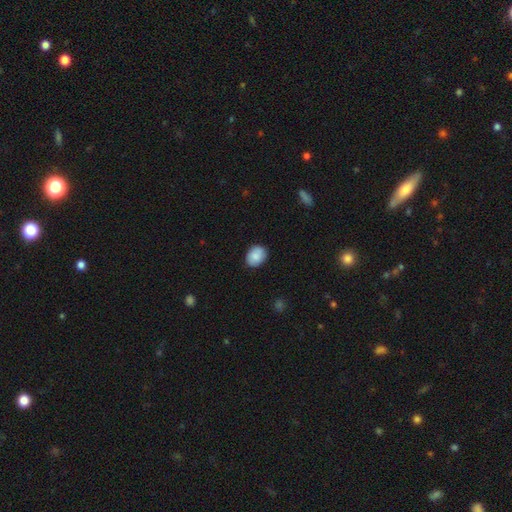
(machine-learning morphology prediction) smooth-or-featured: smooth: 88% | star or artifact: 7% | featured or disk: 5%
  how-rounded: in between: 63% | round: 36% | cigar-shaped: 1%
  merging: none: 85% | minor disturbance: 11% | major disturbance: 2% | merger: 1%